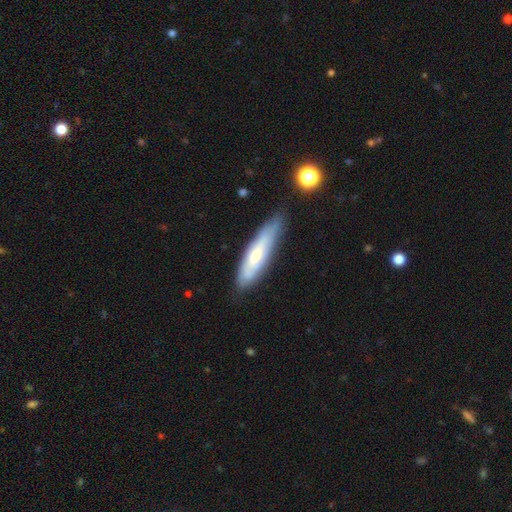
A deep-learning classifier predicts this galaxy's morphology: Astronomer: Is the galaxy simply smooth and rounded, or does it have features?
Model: smooth — 51% (runner-up: featured or disk, 43%).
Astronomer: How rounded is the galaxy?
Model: cigar-shaped — 71%.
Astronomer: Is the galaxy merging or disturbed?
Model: none — 72%.